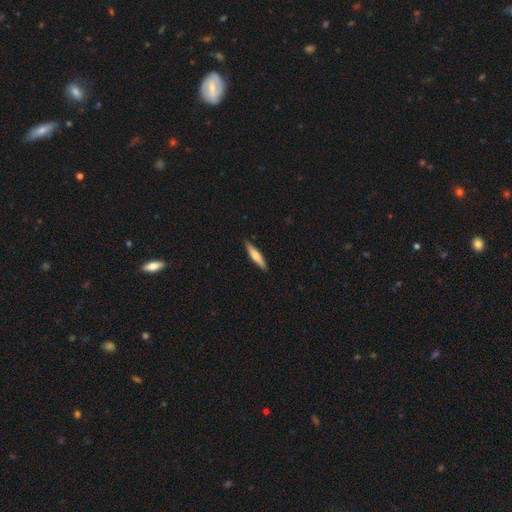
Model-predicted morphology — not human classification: smooth 64%, featured or disk 31%, star or artifact 5%. Down the decision tree: how rounded — cigar-shaped (86%); merging — none (89%).